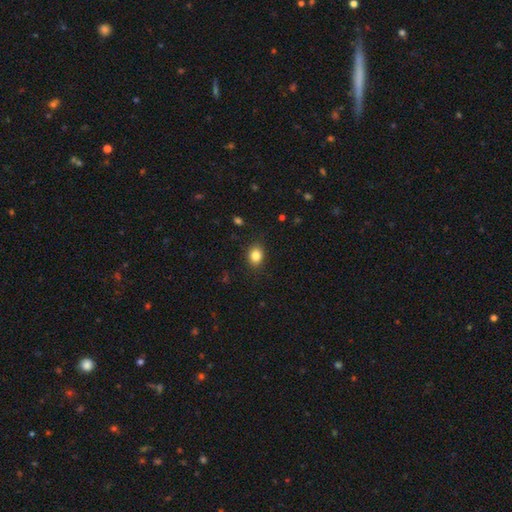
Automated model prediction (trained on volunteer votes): Morphology: type=smooth (84%); roundness=in between (50%); merging=none (87%).